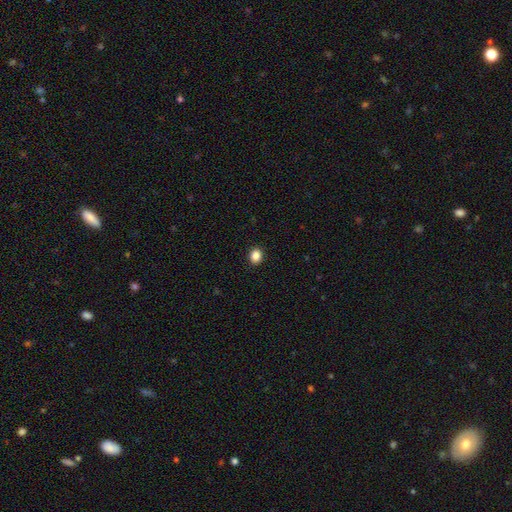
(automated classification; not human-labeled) smooth_or_featured: smooth (p=0.87) [alt: star or artifact p=0.10]
how_rounded: round (p=0.60) [alt: in between p=0.40]
merging: none (p=0.92) [alt: minor disturbance p=0.05]